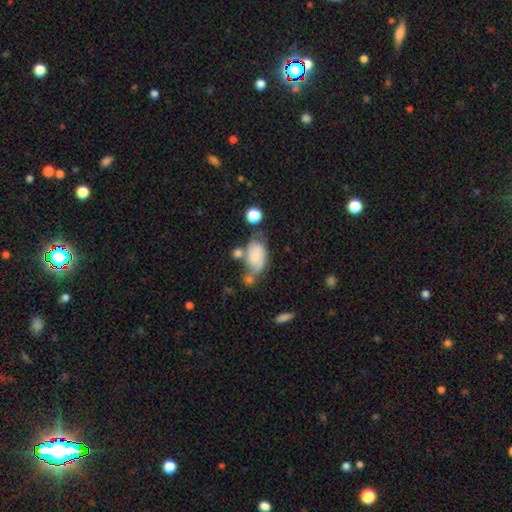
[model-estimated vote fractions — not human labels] This is likely a smooth galaxy (65%). How rounded: clearly in between (88%). Merging: marginally none (35%).